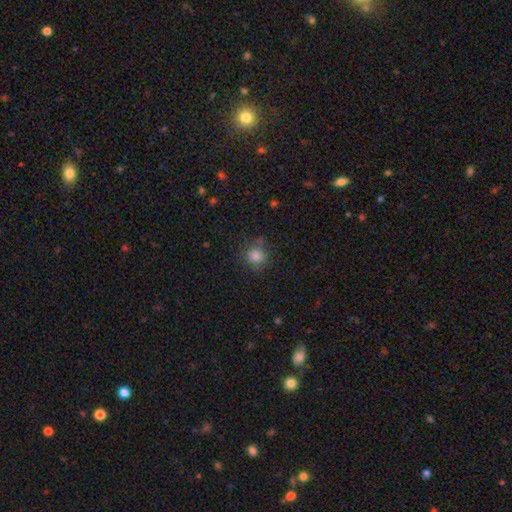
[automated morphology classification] Overall: smooth (82%). How rounded: round (90%). Merging: none (81%).